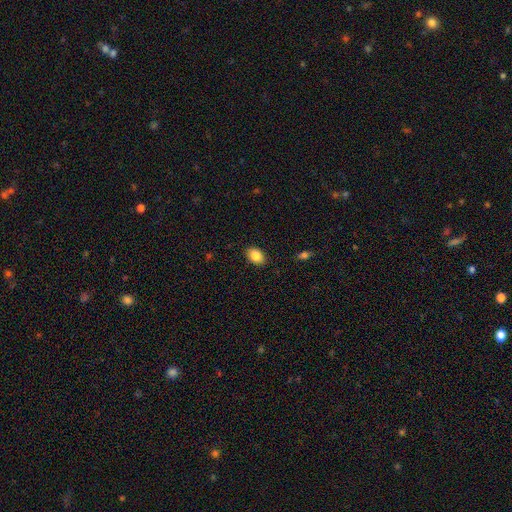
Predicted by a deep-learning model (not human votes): Q: Smooth or featured?
A: smooth (86%); runner-up: star or artifact (8%)
Q: How rounded?
A: in between (83%); runner-up: round (16%)
Q: Merging?
A: none (88%); runner-up: minor disturbance (9%)